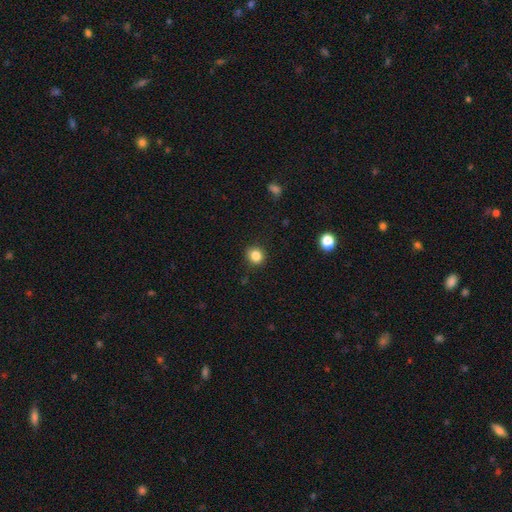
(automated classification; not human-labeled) This appears to be a smooth galaxy with no disk features (84%) that is round (85%). Merging: none (89%).